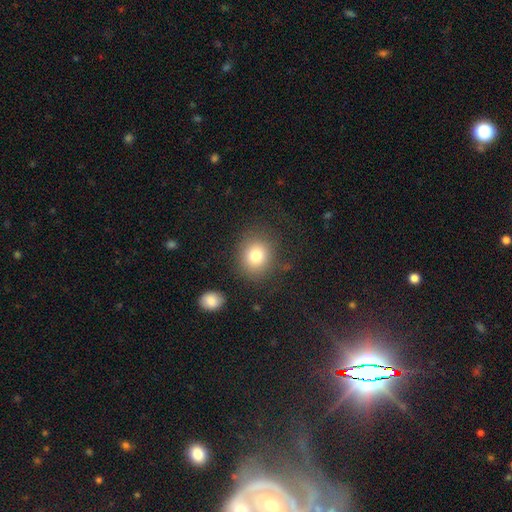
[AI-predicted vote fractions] smooth 80%, star or artifact 11%, featured or disk 9%. Down the decision tree: how rounded — round (79%); merging — none (81%).